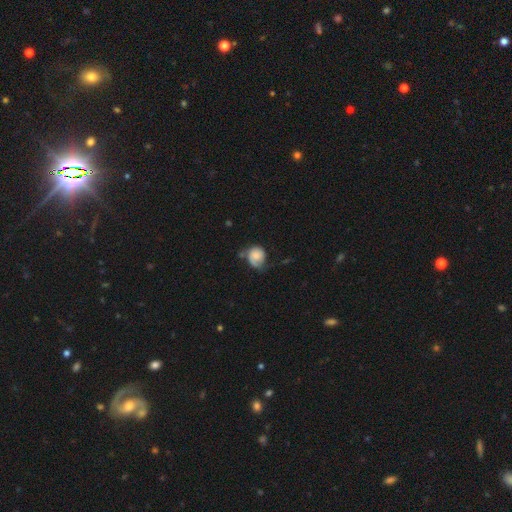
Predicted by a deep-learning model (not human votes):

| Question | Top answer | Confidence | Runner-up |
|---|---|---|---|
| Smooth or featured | smooth | 61% | featured or disk (31%) |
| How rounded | round | 68% | in between (31%) |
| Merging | none | 37% | minor disturbance (34%) |